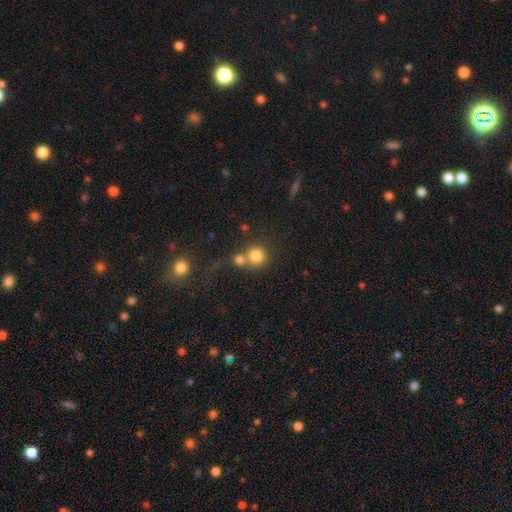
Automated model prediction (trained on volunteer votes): Smooth or featured: smooth — 79% (star or artifact — 11%)
How rounded: round — 89% (in between — 10%)
Merging: merger — 45% (none — 42%)